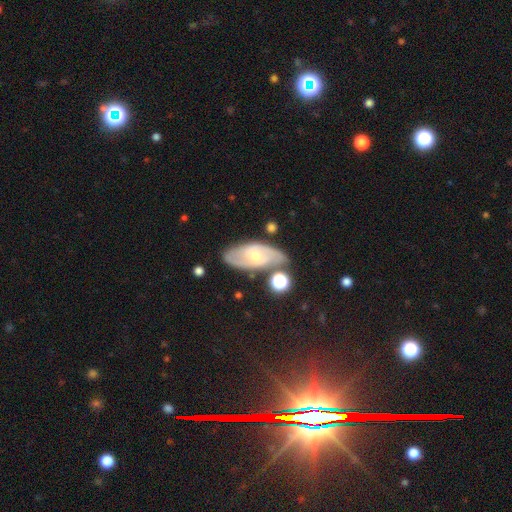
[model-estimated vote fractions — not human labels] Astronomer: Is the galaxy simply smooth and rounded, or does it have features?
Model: featured or disk — 70%.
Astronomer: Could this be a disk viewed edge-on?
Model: no — 90%.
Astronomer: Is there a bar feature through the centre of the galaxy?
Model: no — 47% (runner-up: weak, 42%).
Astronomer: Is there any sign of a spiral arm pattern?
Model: yes — 86%.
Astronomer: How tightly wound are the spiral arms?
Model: medium — 44% (runner-up: tight, 38%).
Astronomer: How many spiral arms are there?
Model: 2 — 73%.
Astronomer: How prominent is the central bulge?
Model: small — 55% (runner-up: moderate, 39%).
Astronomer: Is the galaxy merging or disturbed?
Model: none — 72%.